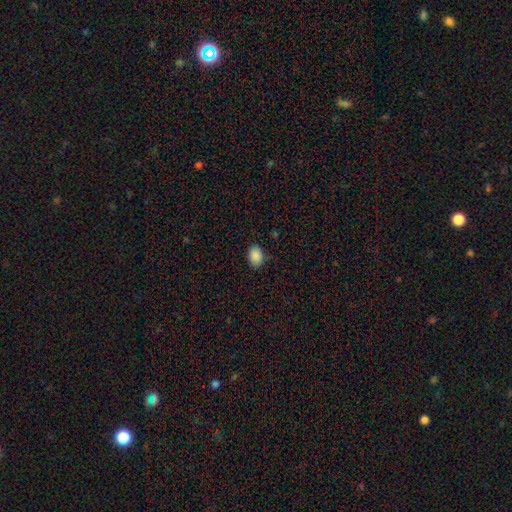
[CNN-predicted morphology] type=smooth (89%); roundness=in between (74%); merging=none (84%).